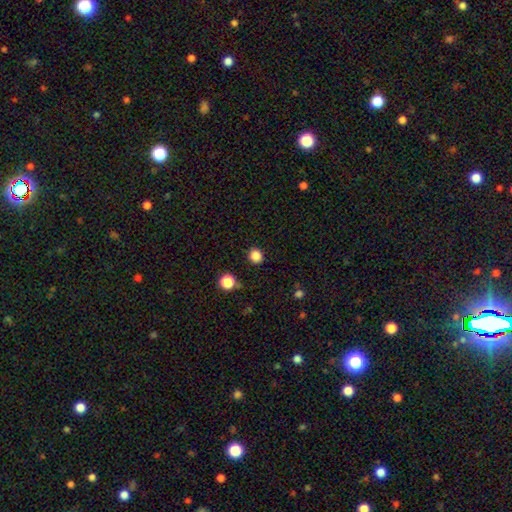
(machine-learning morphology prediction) This appears to be a smooth galaxy with no disk features (85%) that is round (85%). Merging: none (90%).